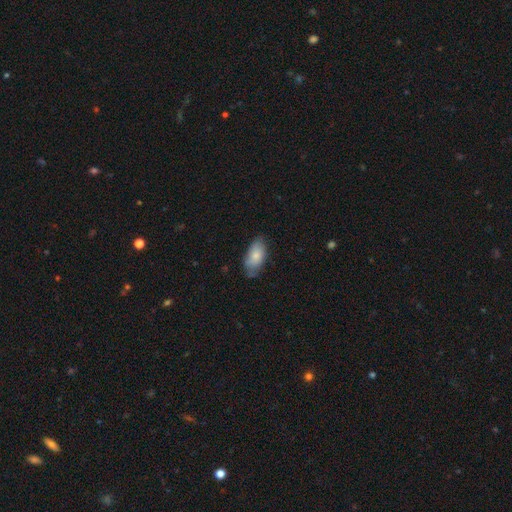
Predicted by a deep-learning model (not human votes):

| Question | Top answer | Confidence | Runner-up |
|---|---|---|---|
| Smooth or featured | smooth | 79% | featured or disk (14%) |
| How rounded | in between | 93% | cigar-shaped (4%) |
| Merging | none | 64% | minor disturbance (28%) |